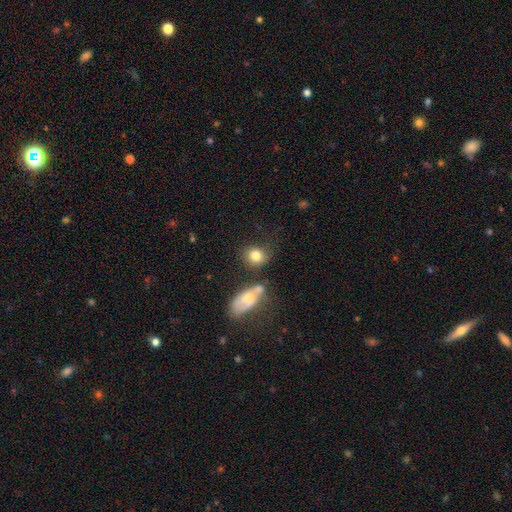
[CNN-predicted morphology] This appears to be a smooth galaxy with no disk features (80%) that is round (67%). Merging: none (58%).